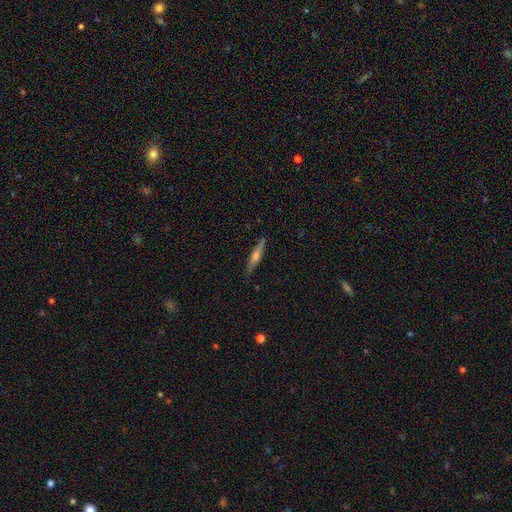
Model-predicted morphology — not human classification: A featured or disk galaxy (58%) viewed edge-on (96%) with a rounded central bulge (79%).

Vote fractions:
- Smooth or featured? featured or disk: 58% / smooth: 35% / star or artifact: 6%
- Edge-on disk? yes: 96% / no: 4%
- Edge-on bulge? rounded: 79% / none: 11% / boxy: 10%
- Merging? none: 86% / minor disturbance: 10% / major disturbance: 2% / merger: 1%